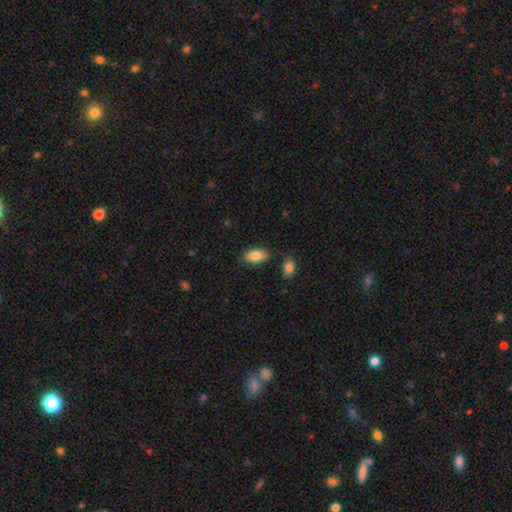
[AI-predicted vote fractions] A smooth galaxy with no disk features (83%) that is in between round and cigar-shaped (94%). Merging: none (80%).